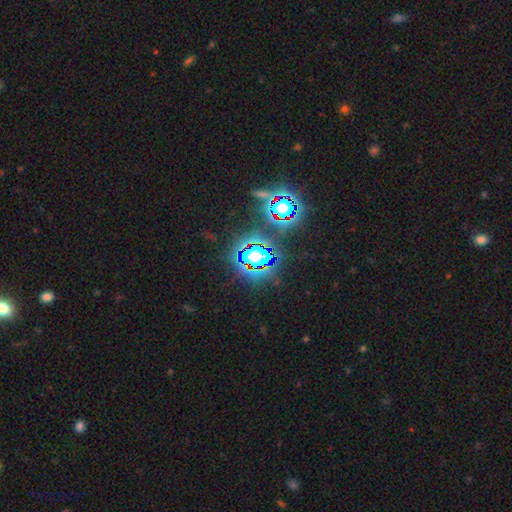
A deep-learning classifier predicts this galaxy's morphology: A star or artifact, not a galaxy (81%).

Vote fractions:
- Smooth or featured? star or artifact: 81% / smooth: 11% / featured or disk: 8%